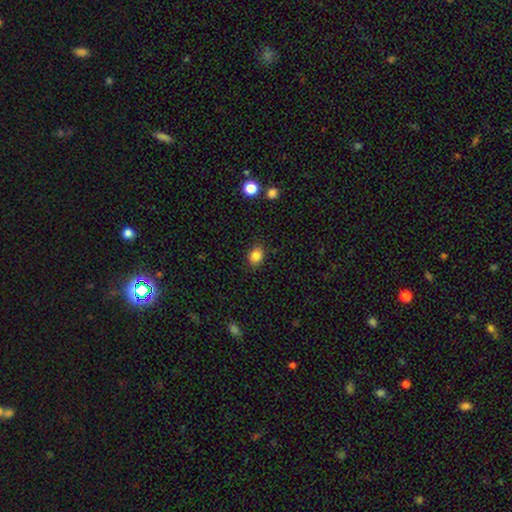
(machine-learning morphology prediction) Smooth or featured?
  - smooth: 84% *
  - star or artifact: 11%
  - featured or disk: 5%
How rounded?
  - in between: 54% *
  - round: 45%
  - cigar-shaped: 1%
Merging?
  - none: 86% *
  - minor disturbance: 10%
  - major disturbance: 2%
  - merger: 1%